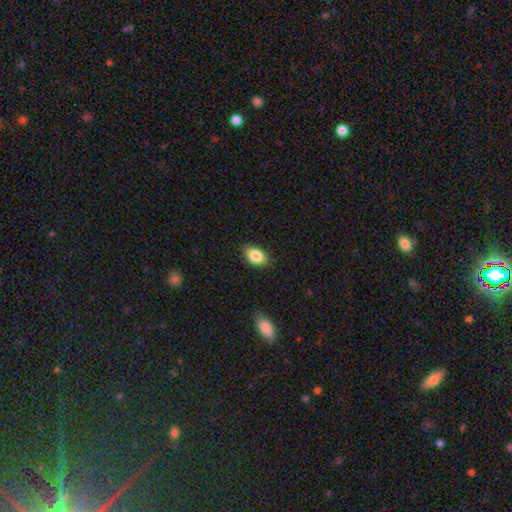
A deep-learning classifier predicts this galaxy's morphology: The model was most divided on "merging": none: 80%, minor disturbance: 17%, major disturbance: 3%, merger: 1%. More confident: how rounded — in between (89%); smooth or featured — smooth (85%).